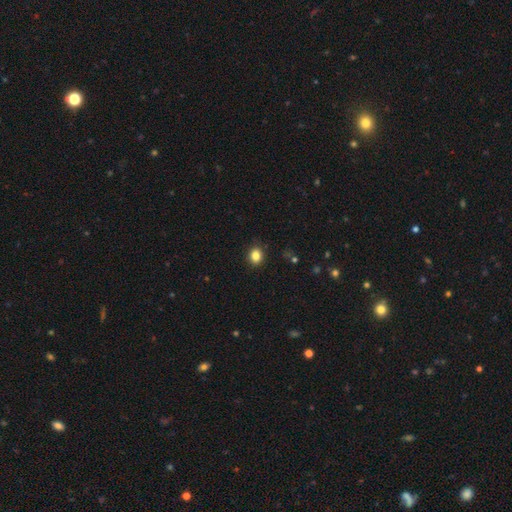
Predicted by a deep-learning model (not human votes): Overall: smooth (84%). How rounded: round (66%; in between 33%). Merging: none (87%).